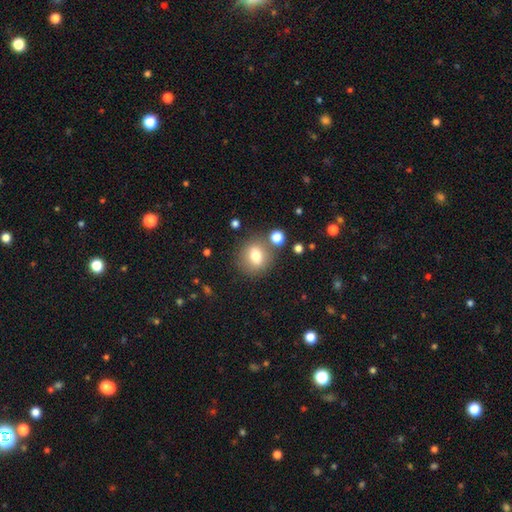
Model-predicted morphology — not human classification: Smooth or featured? smooth (74%)
How rounded? round (74%)
Merging? none (76%)